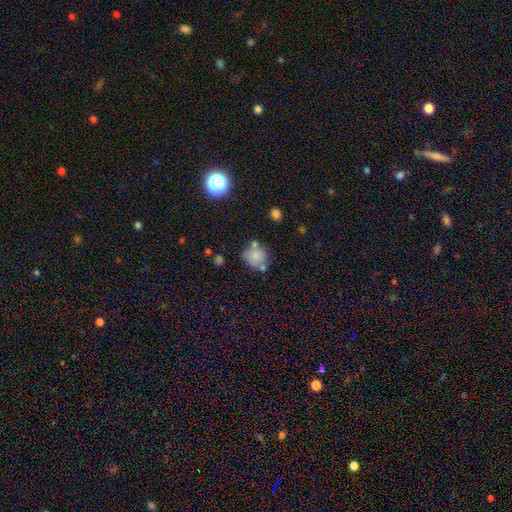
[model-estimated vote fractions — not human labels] Smooth or featured? Predicted: smooth (p=0.74). How rounded? Predicted: round (p=0.77). Merging? Predicted: none (p=0.57).